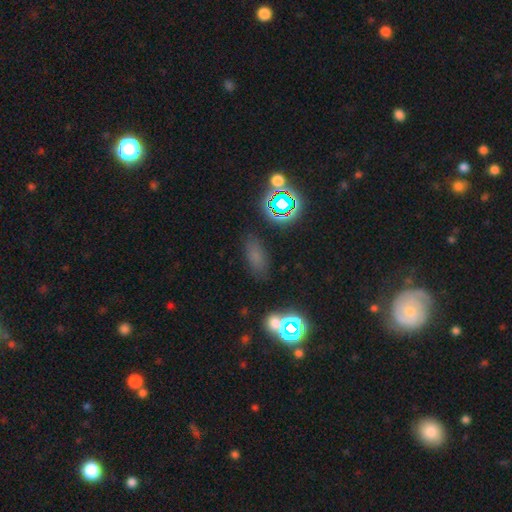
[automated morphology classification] smooth-or-featured: smooth: 61% | star or artifact: 28% | featured or disk: 12%
  how-rounded: in between: 78% | cigar-shaped: 12% | round: 10%
  merging: none: 80% | minor disturbance: 12% | major disturbance: 4% | merger: 4%